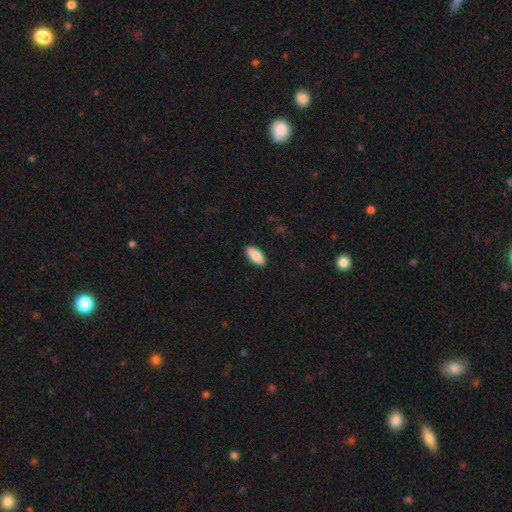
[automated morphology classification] smooth 88%, star or artifact 6%, featured or disk 6%. Down the decision tree: how rounded — in between (85%); merging — none (90%).